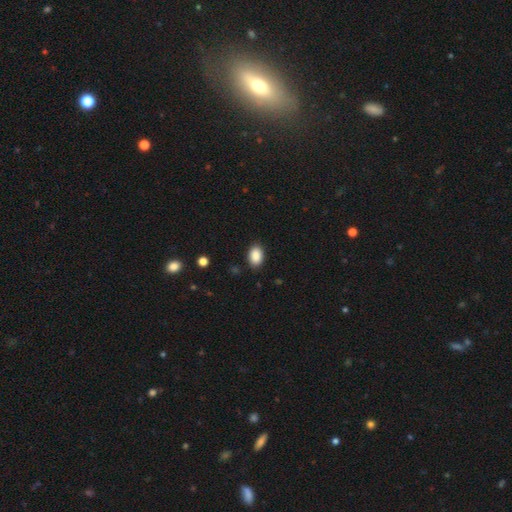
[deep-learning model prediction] smooth_or_featured: smooth (p=0.89) [alt: star or artifact p=0.08]
how_rounded: in between (p=0.88) [alt: round p=0.11]
merging: none (p=0.86) [alt: minor disturbance p=0.10]